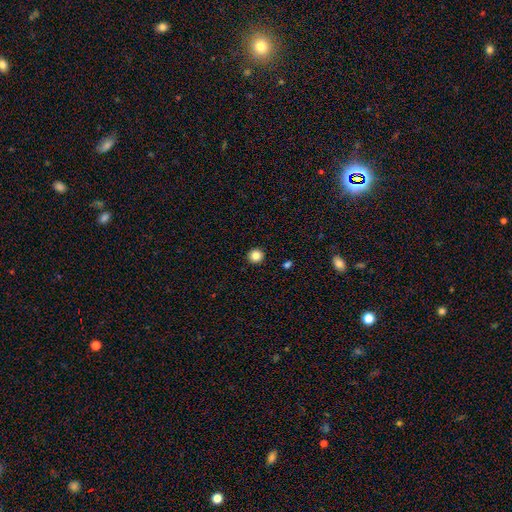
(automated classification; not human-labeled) This is clearly a smooth galaxy (84%). How rounded: clearly round (92%). Merging: clearly none (93%).